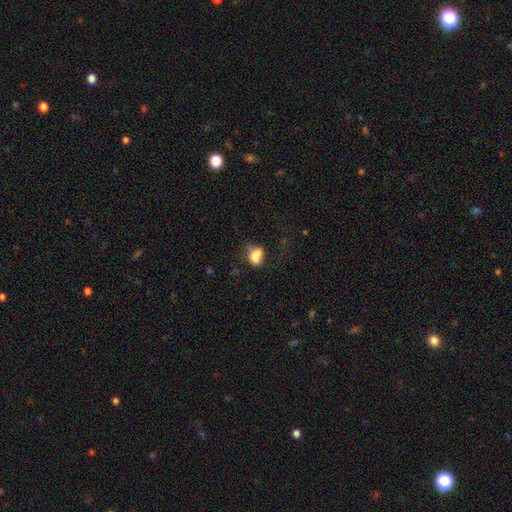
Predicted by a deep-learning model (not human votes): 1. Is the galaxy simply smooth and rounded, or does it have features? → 80% smooth, 10% featured or disk, 10% star or artifact.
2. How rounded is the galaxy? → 71% in between, 27% round, 2% cigar-shaped.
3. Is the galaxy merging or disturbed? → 40% none, 29% minor disturbance, 20% major disturbance, 10% merger.